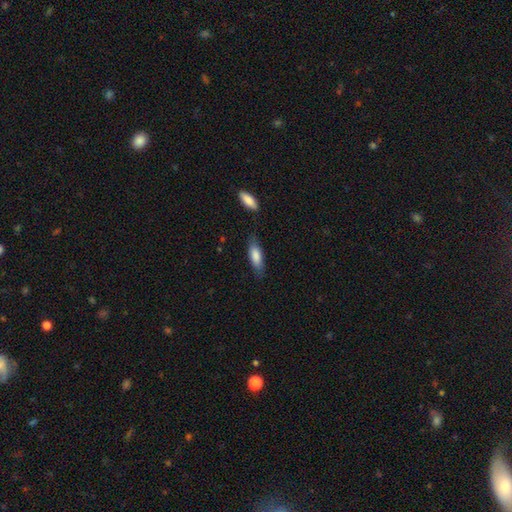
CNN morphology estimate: This appears to be a smooth galaxy with no disk features (80%) that is in between round and cigar-shaped (57%). Merging: none (75%).